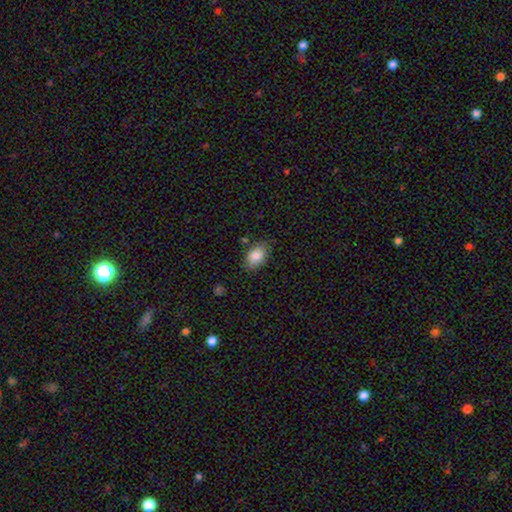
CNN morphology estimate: Q: Smooth or featured?
A: smooth (84%); runner-up: featured or disk (9%)
Q: How rounded?
A: in between (89%); runner-up: round (9%)
Q: Merging?
A: none (78%); runner-up: minor disturbance (17%)